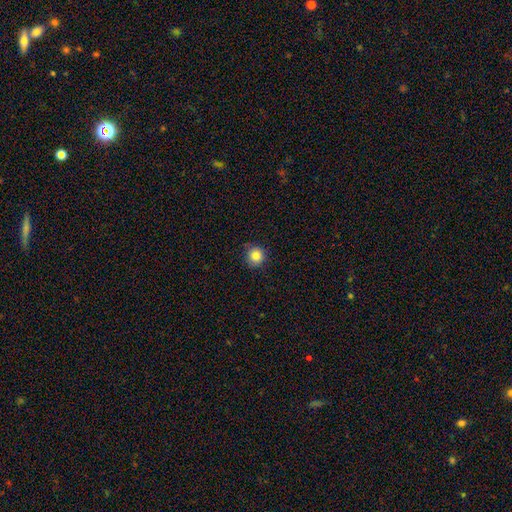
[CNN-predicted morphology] The model was most divided on "merging": none: 85%, minor disturbance: 11%, major disturbance: 2%, merger: 1%. More confident: how rounded — round (93%); smooth or featured — smooth (85%).